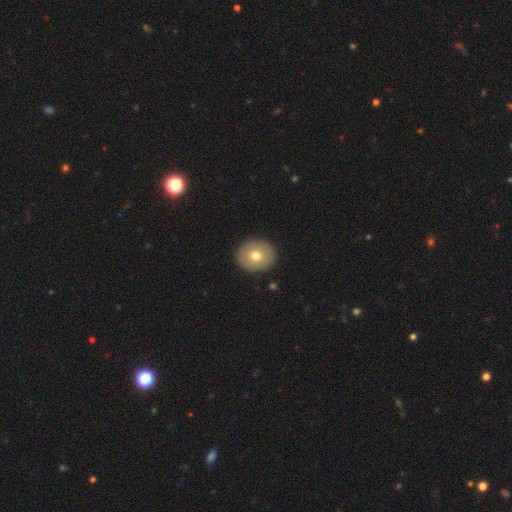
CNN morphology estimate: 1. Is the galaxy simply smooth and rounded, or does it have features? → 72% smooth, 19% featured or disk, 9% star or artifact.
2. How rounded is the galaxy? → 80% round, 19% in between, 1% cigar-shaped.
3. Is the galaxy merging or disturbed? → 91% none, 6% minor disturbance, 2% major disturbance, 1% merger.